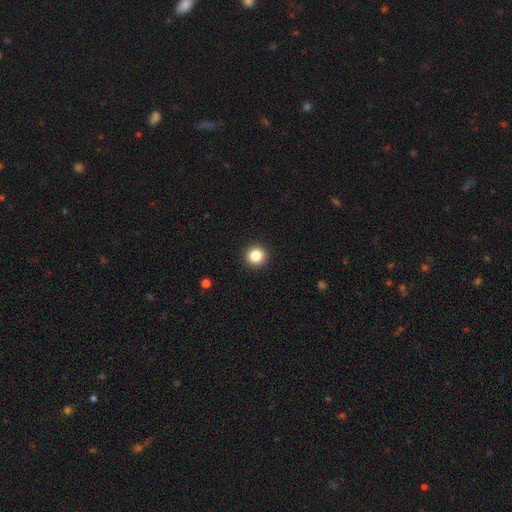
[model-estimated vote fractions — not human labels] Smooth or featured? smooth (85%)
How rounded? round (95%)
Merging? none (93%)